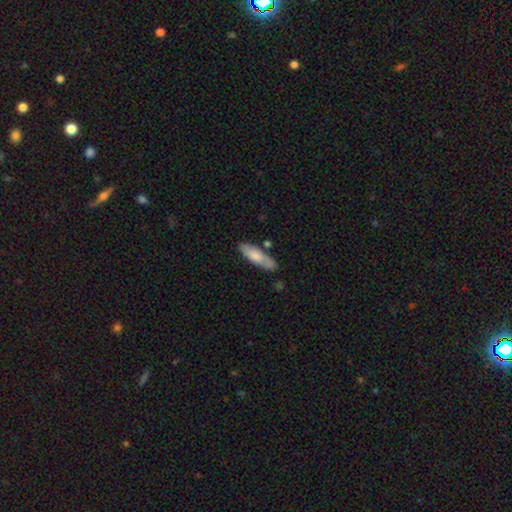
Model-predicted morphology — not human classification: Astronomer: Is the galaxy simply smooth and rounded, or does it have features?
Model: smooth — 75%.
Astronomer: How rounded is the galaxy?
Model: cigar-shaped — 54% (runner-up: in between, 45%).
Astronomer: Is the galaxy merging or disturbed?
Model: none — 76%.